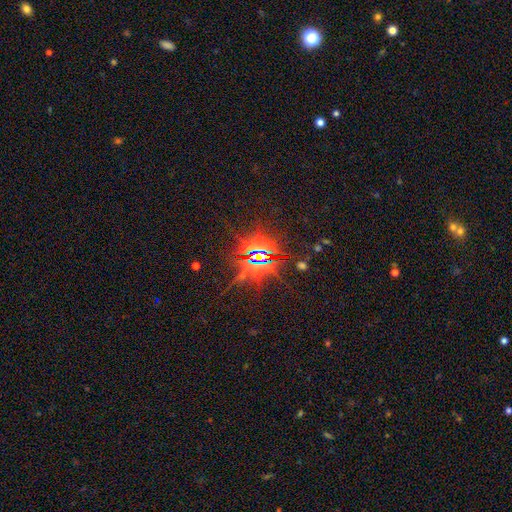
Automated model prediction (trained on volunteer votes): This appears to be a star or artifact, not a galaxy (84%).